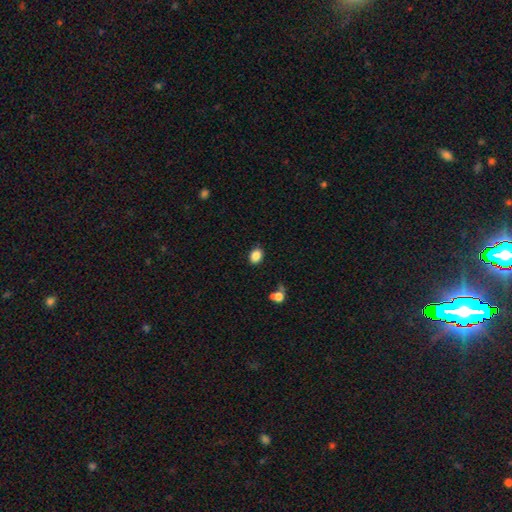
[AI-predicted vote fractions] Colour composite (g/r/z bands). It shows a smooth galaxy with no disk features (87%) that is in between round and cigar-shaped (66%). Merging: none (85%).